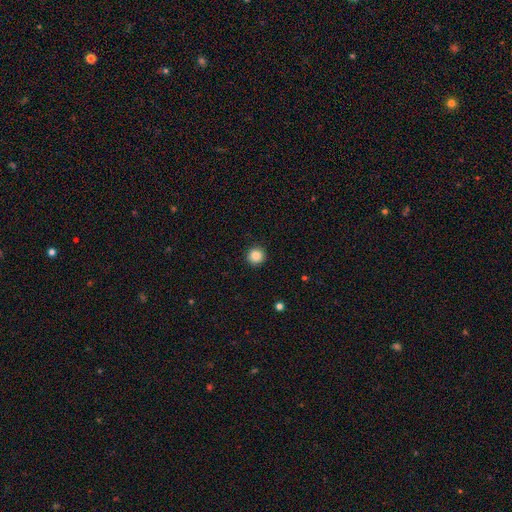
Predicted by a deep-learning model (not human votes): This appears to be a smooth galaxy with no disk features (86%) that is round (96%). Merging: none (92%).